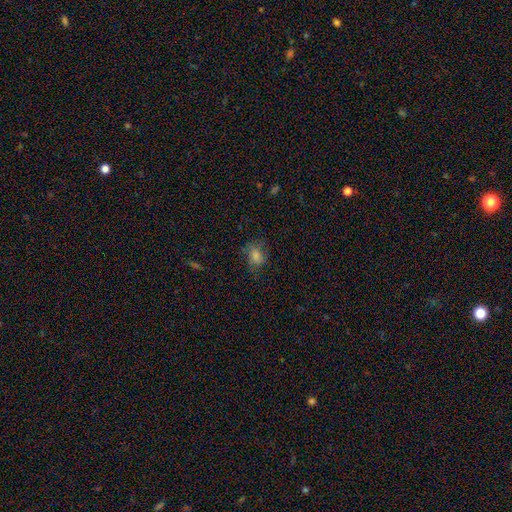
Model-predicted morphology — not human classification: Smooth or featured? smooth (58%)
How rounded? in between (58%)
Merging? none (62%)